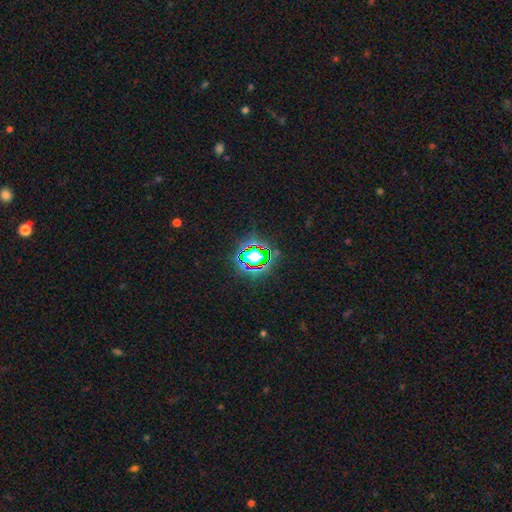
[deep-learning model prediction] The model was most divided on "smooth or featured": star or artifact: 78%, smooth: 14%, featured or disk: 8%.